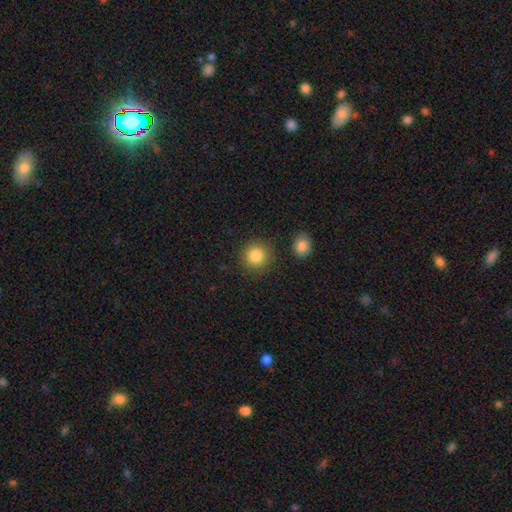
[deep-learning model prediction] Overall: smooth (86%). How rounded: round (92%). Merging: none (85%).